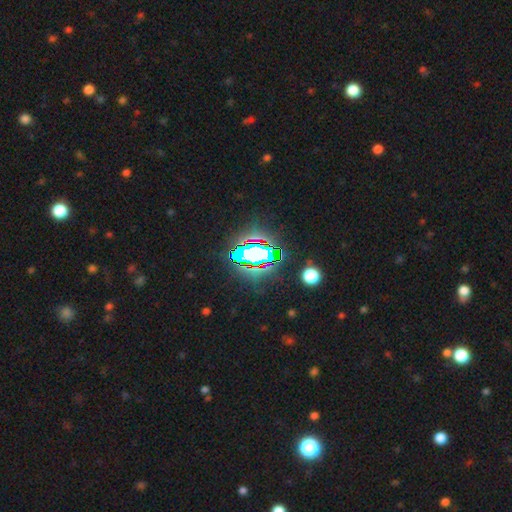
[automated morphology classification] The model was most divided on "smooth or featured": star or artifact: 82%, smooth: 11%, featured or disk: 7%.